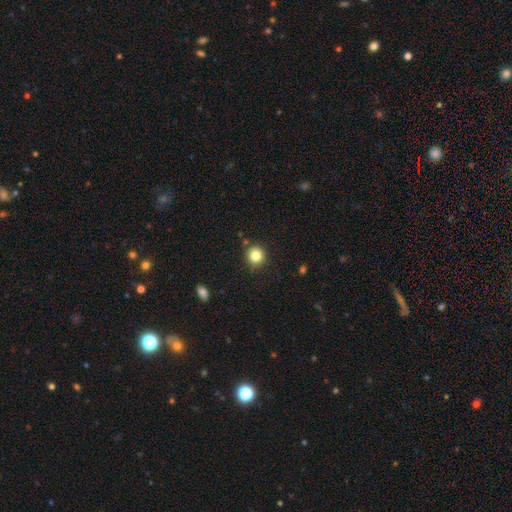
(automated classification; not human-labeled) Q: Smooth or featured?
A: smooth (83%); runner-up: star or artifact (11%)
Q: How rounded?
A: round (90%); runner-up: in between (9%)
Q: Merging?
A: none (86%); runner-up: minor disturbance (9%)